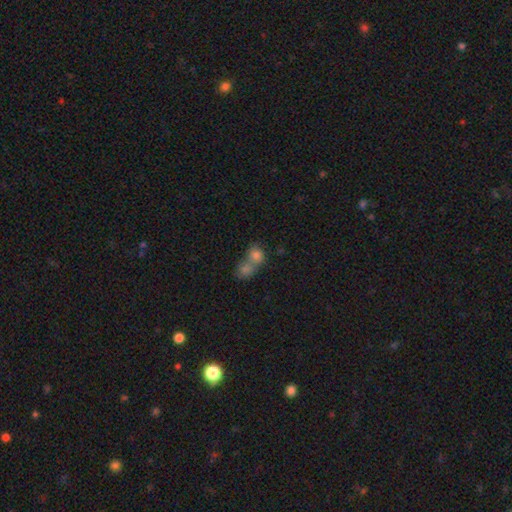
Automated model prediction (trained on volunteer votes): This appears to be a smooth galaxy with no disk features (78%) that is round (58%). Merging: merger (71%).